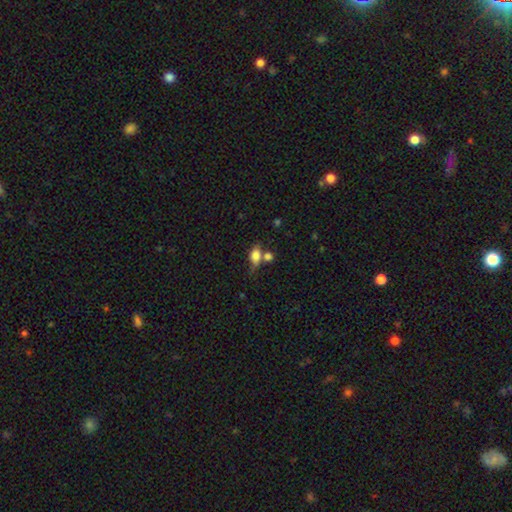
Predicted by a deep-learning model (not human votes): Smooth or featured: smooth — 74% (featured or disk — 16%)
How rounded: in between — 71% (round — 22%)
Merging: none — 41% (merger — 28%)